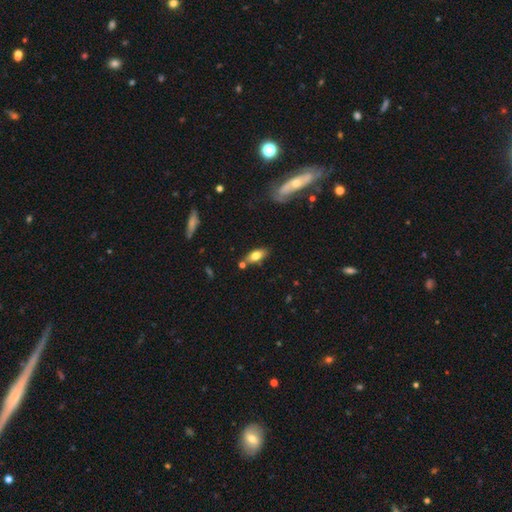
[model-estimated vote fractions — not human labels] smooth-or-featured: smooth: 72% | featured or disk: 20% | star or artifact: 8%
  how-rounded: in between: 83% | cigar-shaped: 13% | round: 4%
  merging: none: 71% | minor disturbance: 15% | merger: 10% | major disturbance: 4%